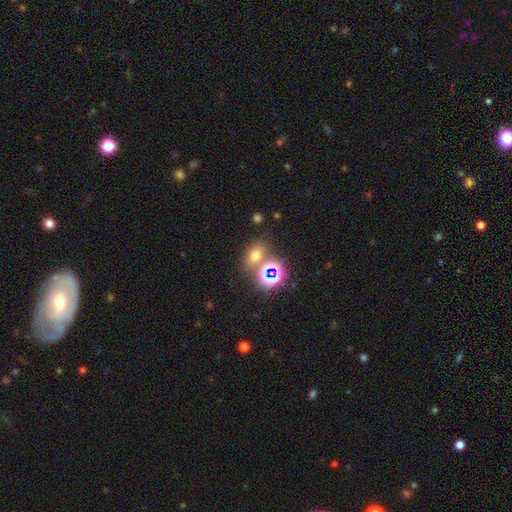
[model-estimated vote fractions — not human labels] Smooth or featured? Predicted: smooth (p=0.61). How rounded? Predicted: in between (p=0.63). Merging? Predicted: none (p=0.66).